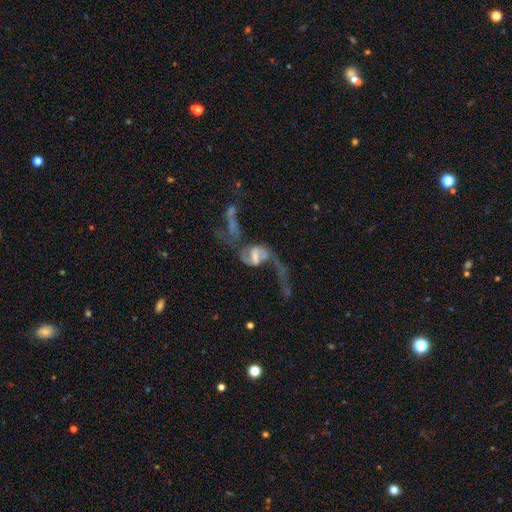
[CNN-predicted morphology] Q: Smooth or featured?
A: featured or disk (77%); runner-up: smooth (15%)
Q: Edge-on disk?
A: no (96%); runner-up: yes (4%)
Q: Bar?
A: weak (41%); runner-up: strong (38%)
Q: Spiral arms?
A: yes (84%); runner-up: no (16%)
Q: Spiral winding?
A: loose (80%); runner-up: medium (16%)
Q: Spiral arm count?
A: 2 (84%); runner-up: 1 (10%)
Q: Bulge size?
A: none (32%); runner-up: moderate (27%)
Q: Merging?
A: major disturbance (36%); runner-up: merger (30%)